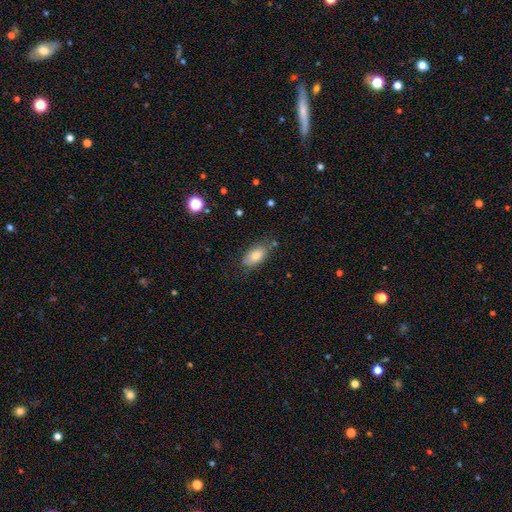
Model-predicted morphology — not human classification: Smooth or featured: smooth — 79% (featured or disk — 13%)
How rounded: in between — 91% (cigar-shaped — 5%)
Merging: none — 73% (minor disturbance — 19%)